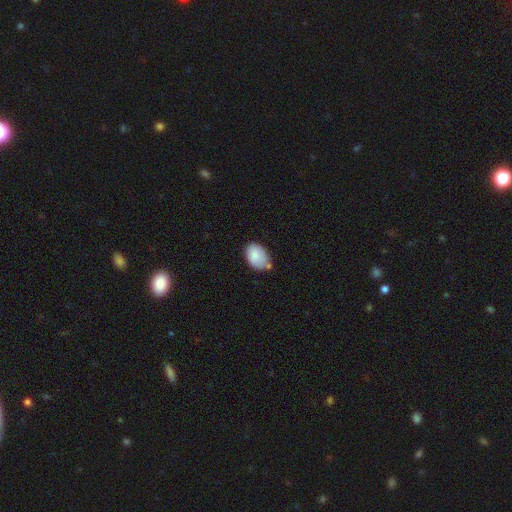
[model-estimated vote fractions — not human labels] Q: Smooth or featured?
A: smooth (84%); runner-up: featured or disk (9%)
Q: How rounded?
A: in between (86%); runner-up: round (13%)
Q: Merging?
A: none (58%); runner-up: minor disturbance (27%)